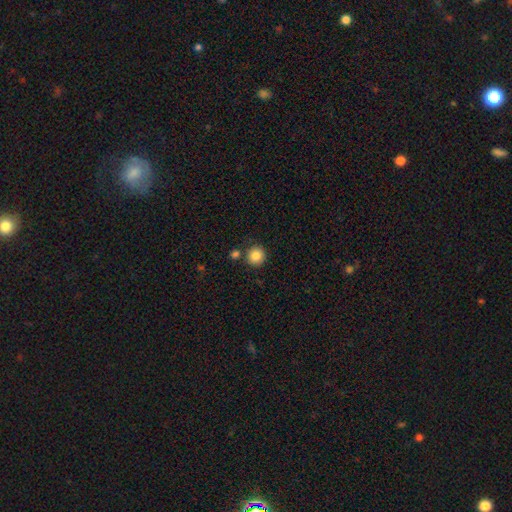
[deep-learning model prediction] The model was most divided on "merging": none: 83%, merger: 8%, minor disturbance: 7%, major disturbance: 2%. More confident: how rounded — round (94%); smooth or featured — smooth (85%).